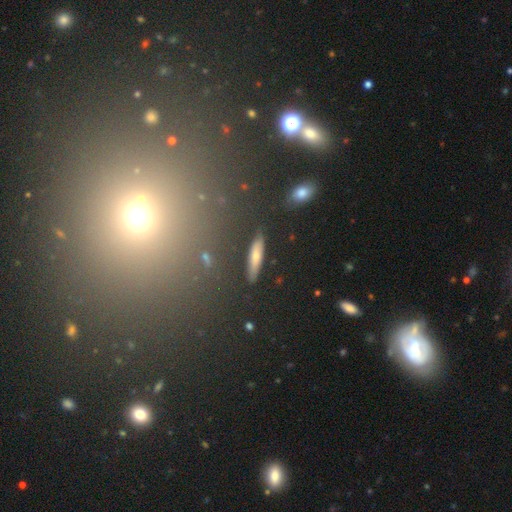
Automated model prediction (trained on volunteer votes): Overall: smooth (60%; featured or disk 30%). How rounded: cigar-shaped (80%). Merging: none (83%).